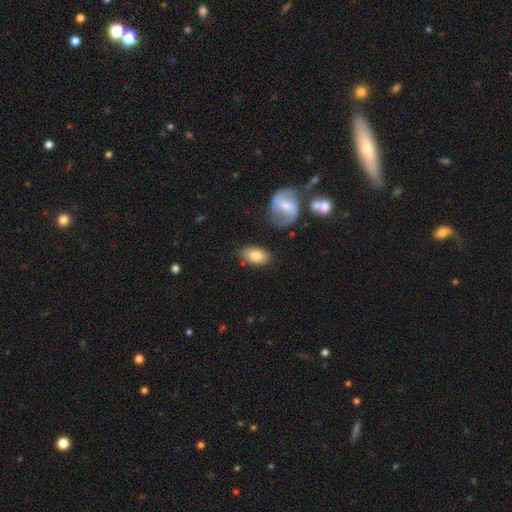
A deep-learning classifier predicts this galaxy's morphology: smooth 77%, featured or disk 17%, star or artifact 7%. Down the decision tree: how rounded — in between (91%); merging — none (75%).